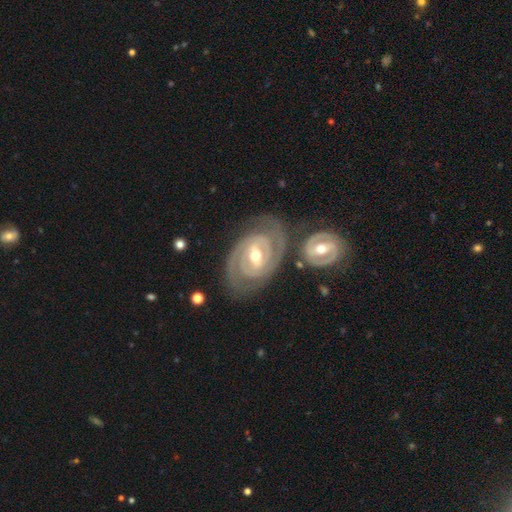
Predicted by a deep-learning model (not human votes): This appears to be a featured or disk galaxy (91%) with a strong bar (46%), 2 (82%) tight (72%) spiral arms (97%) and a moderate central bulge (68%). Merging: none (68%).